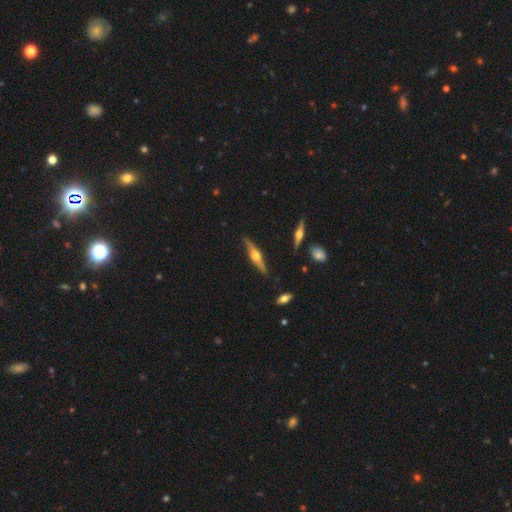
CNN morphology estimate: Smooth or featured: featured or disk — 77% (smooth — 18%)
Edge-on disk: yes — 97% (no — 3%)
Edge-on bulge: rounded — 95% (boxy — 3%)
Merging: none — 86% (minor disturbance — 10%)